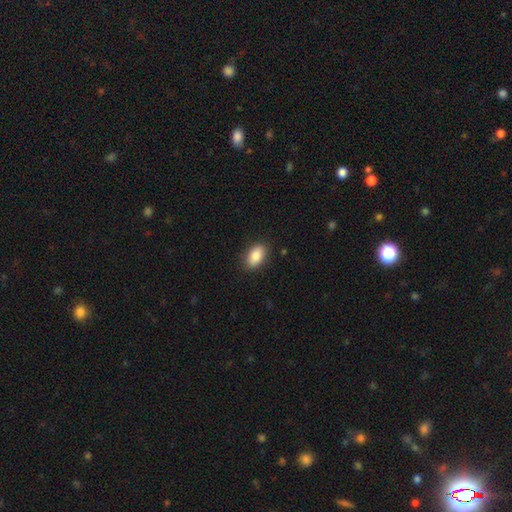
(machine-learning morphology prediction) Smooth or featured?
  - smooth: 86% *
  - featured or disk: 7%
  - star or artifact: 7%
How rounded?
  - in between: 91% *
  - round: 7%
  - cigar-shaped: 2%
Merging?
  - none: 87% *
  - minor disturbance: 10%
  - major disturbance: 2%
  - merger: 1%